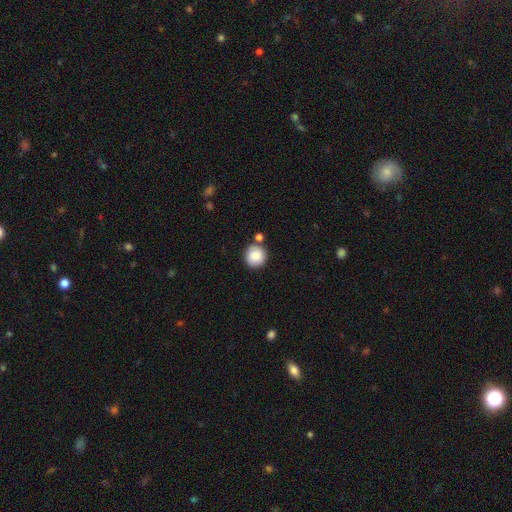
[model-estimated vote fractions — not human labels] Smooth or featured: smooth — 86% (star or artifact — 8%)
How rounded: round — 93% (in between — 6%)
Merging: none — 75% (merger — 12%)